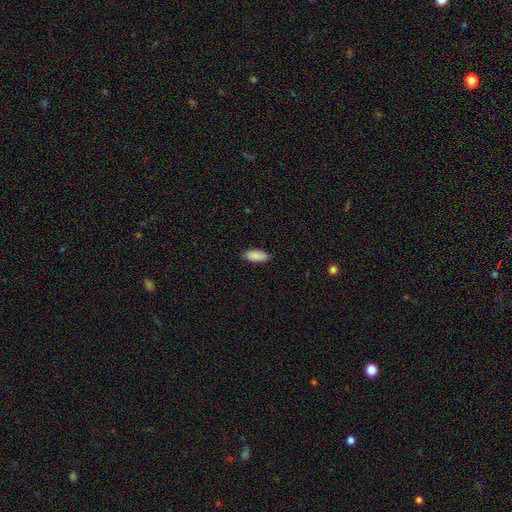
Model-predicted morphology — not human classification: A smooth galaxy with no disk features (90%) that is in between round and cigar-shaped (84%). Merging: none (87%).